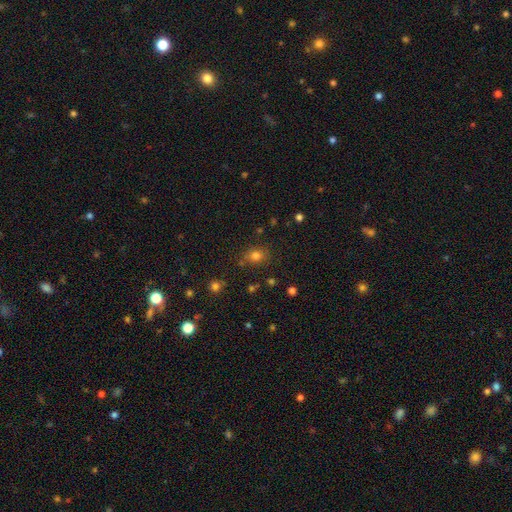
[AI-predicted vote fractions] Smooth or featured?
  - smooth: 76% *
  - star or artifact: 16%
  - featured or disk: 7%
How rounded?
  - round: 55% *
  - in between: 44%
  - cigar-shaped: 1%
Merging?
  - none: 75% *
  - minor disturbance: 14%
  - merger: 6%
  - major disturbance: 4%